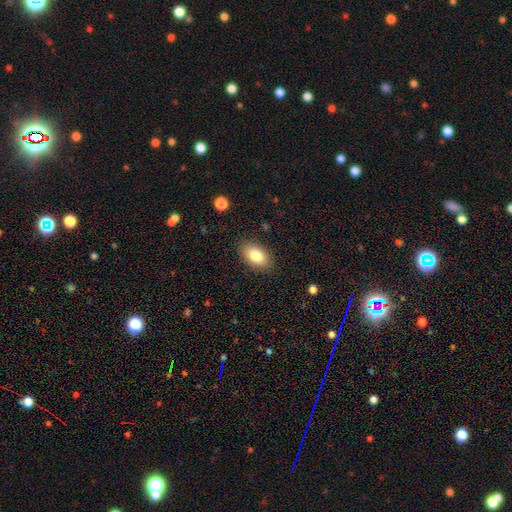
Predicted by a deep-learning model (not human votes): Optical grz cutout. It shows a smooth galaxy with no disk features (82%) that is in between round and cigar-shaped (92%). Merging: none (87%).